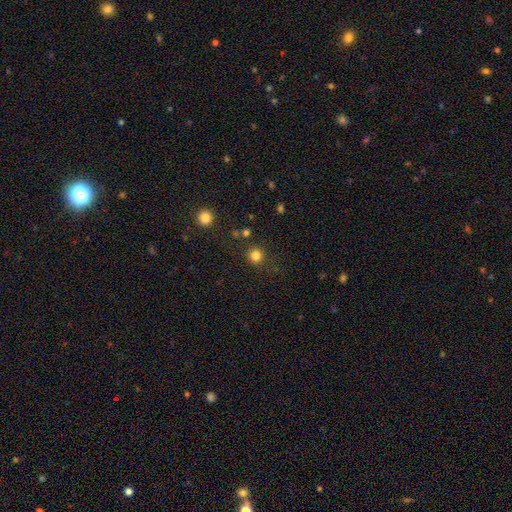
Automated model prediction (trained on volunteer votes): Overall: smooth (81%). How rounded: round (94%). Merging: none (86%).